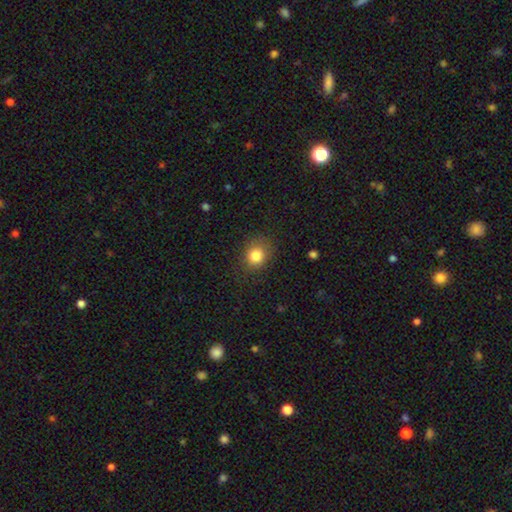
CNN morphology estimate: This appears to be a smooth galaxy with no disk features (83%) that is round (71%). Merging: none (83%).